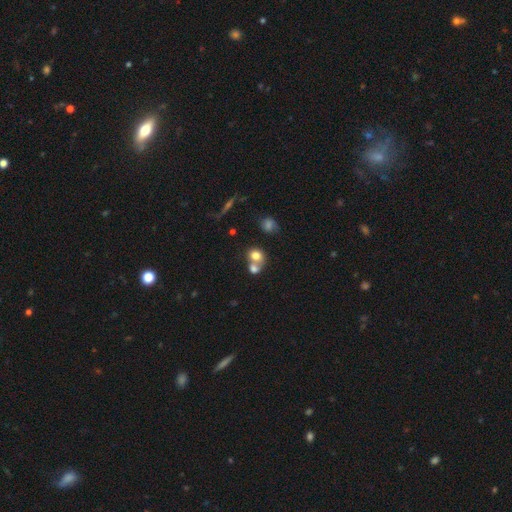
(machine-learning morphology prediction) Smooth or featured? smooth (73%)
How rounded? round (66%)
Merging? merger (60%)